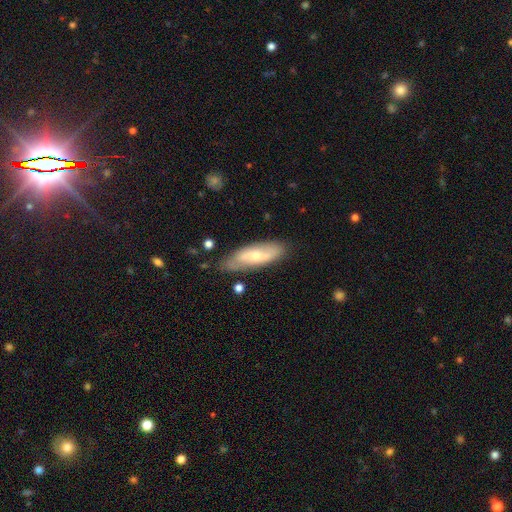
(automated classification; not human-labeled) This appears to be a featured or disk galaxy (51%). Merging: none (77%).